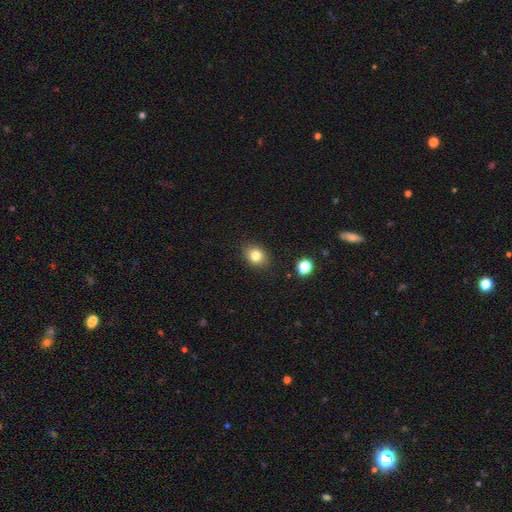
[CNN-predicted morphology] Smooth or featured: smooth — 81% (star or artifact — 11%)
How rounded: round — 52% (in between — 47%)
Merging: none — 87% (minor disturbance — 9%)